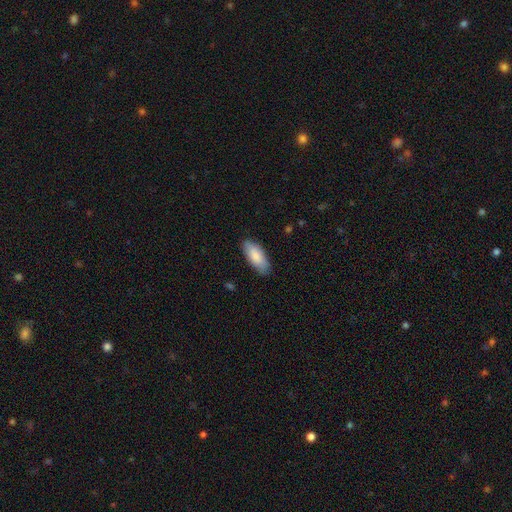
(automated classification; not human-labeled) Smooth or featured? smooth (86%)
How rounded? in between (83%)
Merging? none (85%)